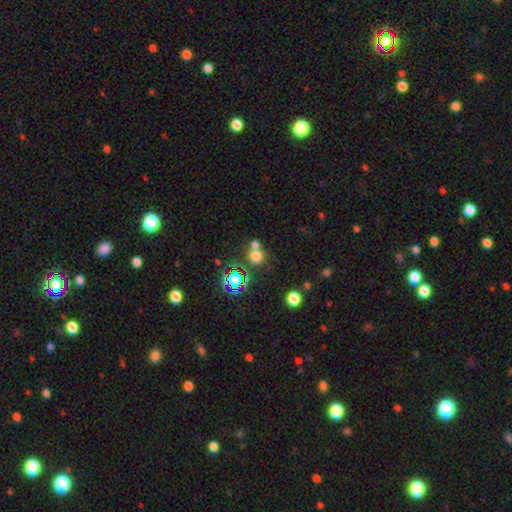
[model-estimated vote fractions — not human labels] This is likely a smooth galaxy (67%). How rounded: clearly round (84%). Merging: possibly none (52%).